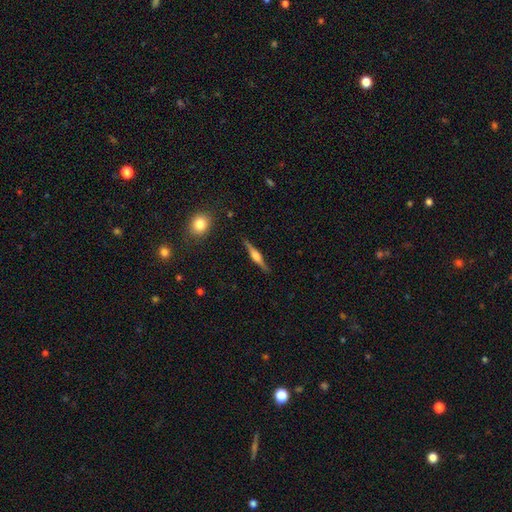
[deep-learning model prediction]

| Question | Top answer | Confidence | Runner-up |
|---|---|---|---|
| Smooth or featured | featured or disk | 69% | smooth (25%) |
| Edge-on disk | yes | 97% | no (3%) |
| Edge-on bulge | rounded | 73% | boxy (22%) |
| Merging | none | 88% | minor disturbance (9%) |